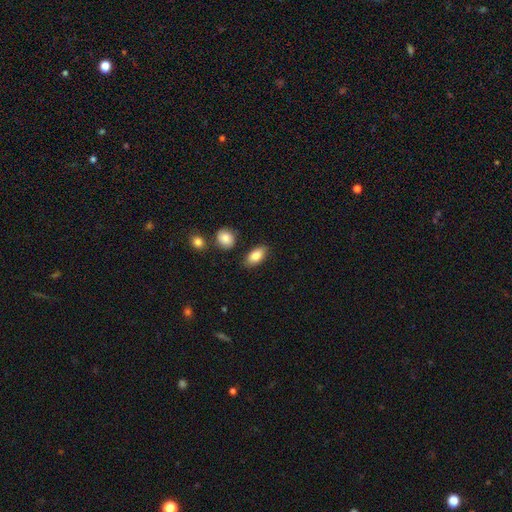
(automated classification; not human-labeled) smooth 84%, featured or disk 9%, star or artifact 7%. Down the decision tree: how rounded — in between (90%); merging — none (83%).